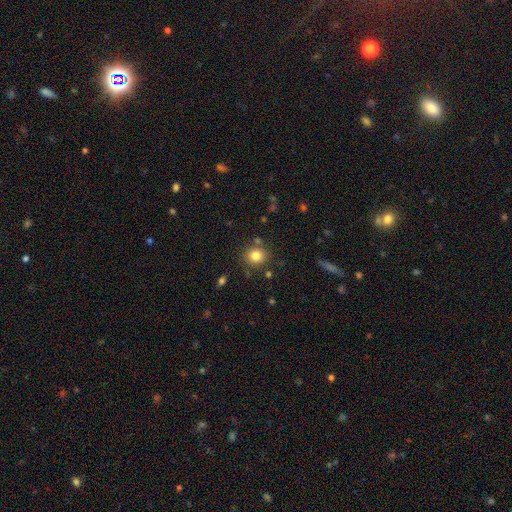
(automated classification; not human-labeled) This is clearly a smooth galaxy (81%). How rounded: clearly round (84%). Merging: clearly none (81%).